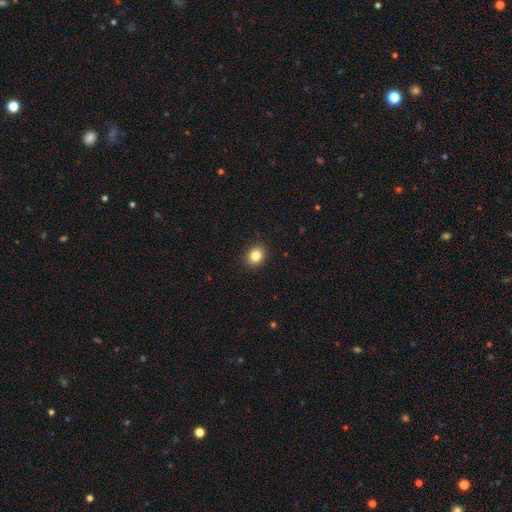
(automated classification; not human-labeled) smooth 83%, star or artifact 11%, featured or disk 6%. Down the decision tree: how rounded — round (64%); merging — none (91%).